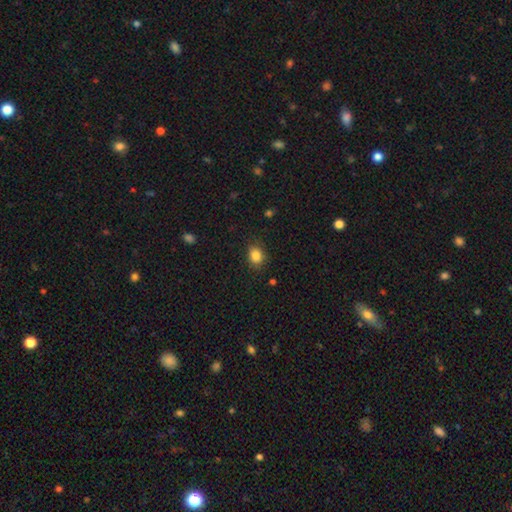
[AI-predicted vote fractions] The model was most divided on "how rounded": in between: 50%, round: 49%, cigar-shaped: 1%. More confident: smooth or featured — smooth (85%); merging — none (83%).